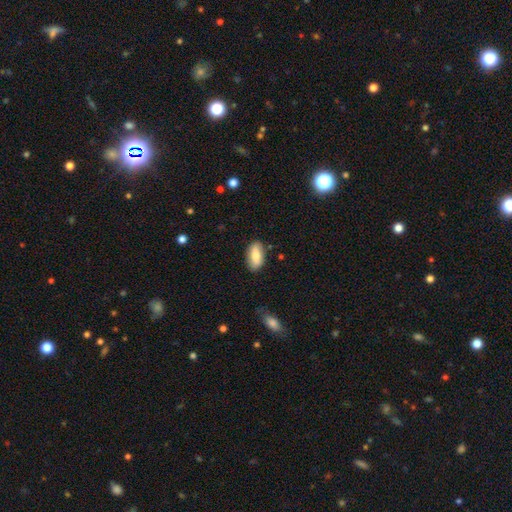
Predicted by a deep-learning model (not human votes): Smooth or featured? Predicted: smooth (p=0.75). How rounded? Predicted: in between (p=0.89). Merging? Predicted: none (p=0.82).